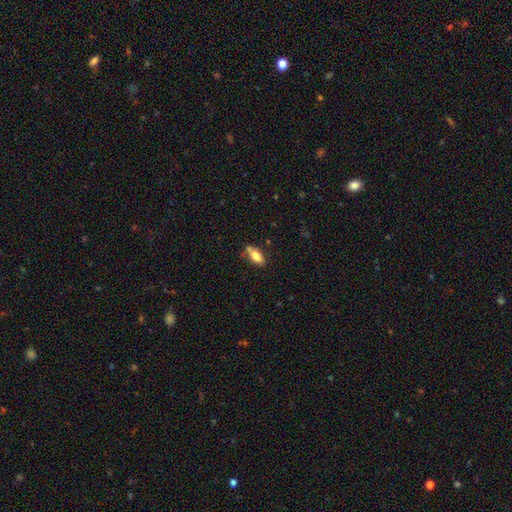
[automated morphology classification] The model was most divided on "merging": none: 71%, minor disturbance: 17%, merger: 8%, major disturbance: 4%. More confident: how rounded — in between (84%); smooth or featured — smooth (77%).